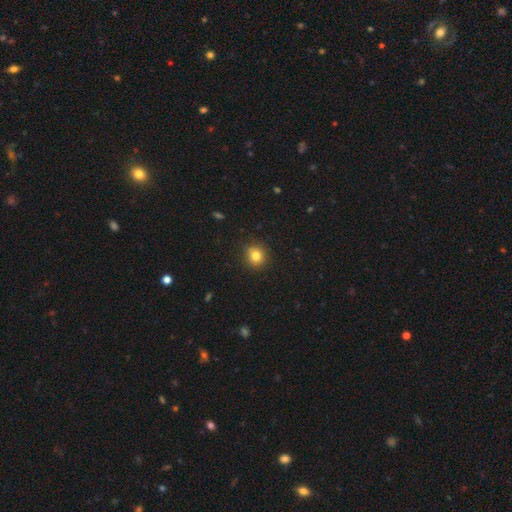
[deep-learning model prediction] smooth-or-featured: smooth: 82% | star or artifact: 11% | featured or disk: 6%
  how-rounded: round: 83% | in between: 16% | cigar-shaped: 1%
  merging: none: 87% | minor disturbance: 9% | major disturbance: 2% | merger: 1%